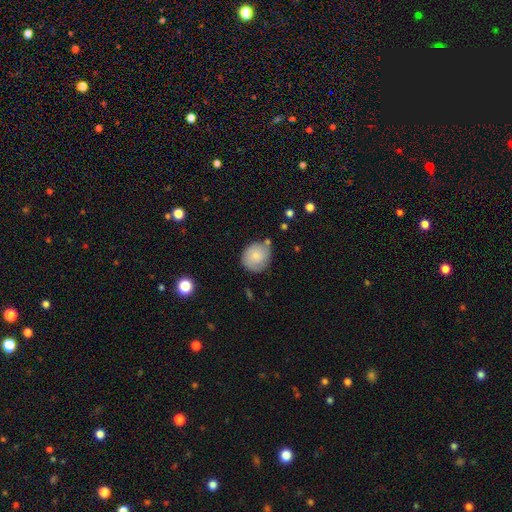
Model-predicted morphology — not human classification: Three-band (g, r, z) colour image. It shows a smooth galaxy with no disk features (80%) that is round (75%). Merging: none (66%).